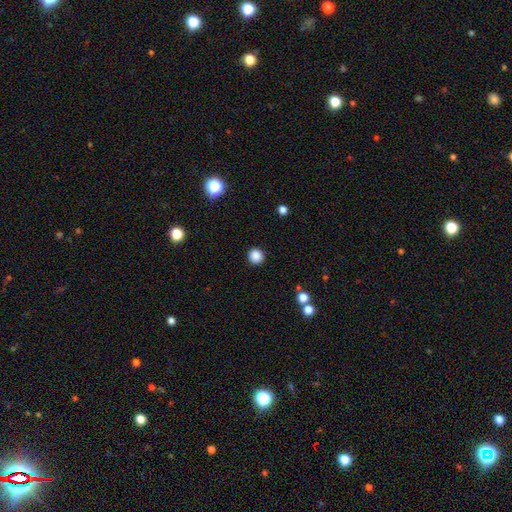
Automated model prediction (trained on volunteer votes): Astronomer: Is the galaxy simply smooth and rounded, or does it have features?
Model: smooth — 86%.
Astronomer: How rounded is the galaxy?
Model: round — 93%.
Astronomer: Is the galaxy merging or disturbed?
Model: none — 92%.